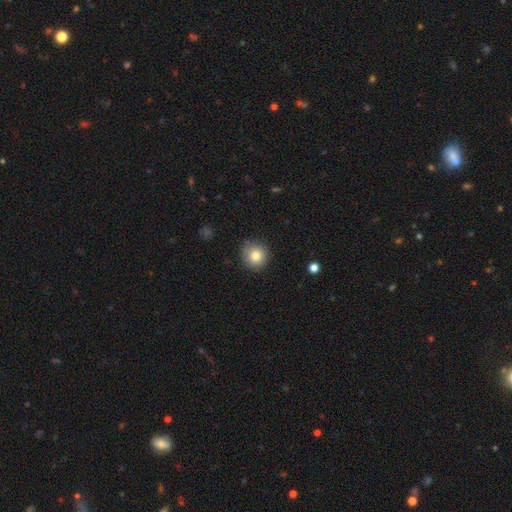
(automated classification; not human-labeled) This is clearly a smooth galaxy (81%). How rounded: clearly round (93%). Merging: clearly none (83%).